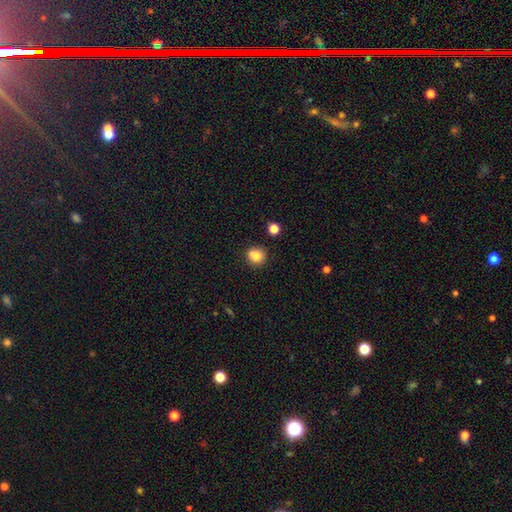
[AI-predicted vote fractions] The model was most divided on "merging": none: 72%, minor disturbance: 14%, merger: 10%, major disturbance: 3%. More confident: how rounded — round (84%); smooth or featured — smooth (81%).